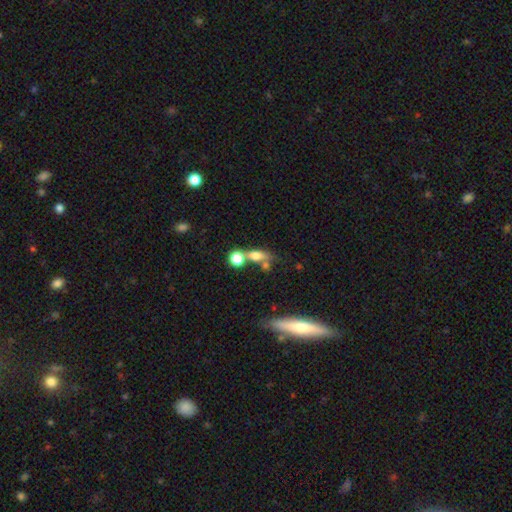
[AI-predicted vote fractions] Morphology: type=smooth (69%); roundness=in between (57%); merging=none (41%).